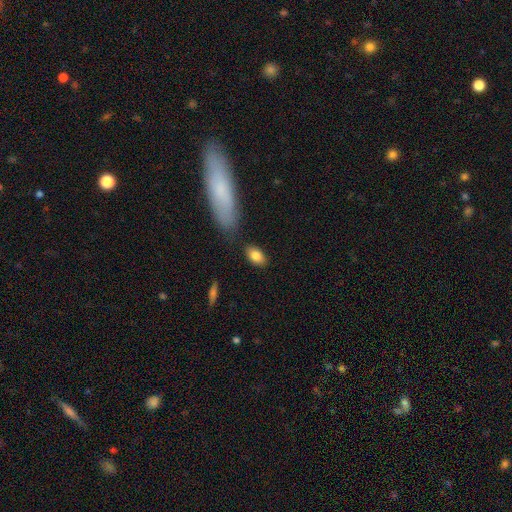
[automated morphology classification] A smooth galaxy with no disk features (83%) that is in between round and cigar-shaped (90%).

Vote fractions:
- Smooth or featured? smooth: 83% / featured or disk: 10% / star or artifact: 7%
- How rounded? in between: 90% / round: 8% / cigar-shaped: 3%
- Merging? none: 81% / minor disturbance: 12% / merger: 4% / major disturbance: 3%